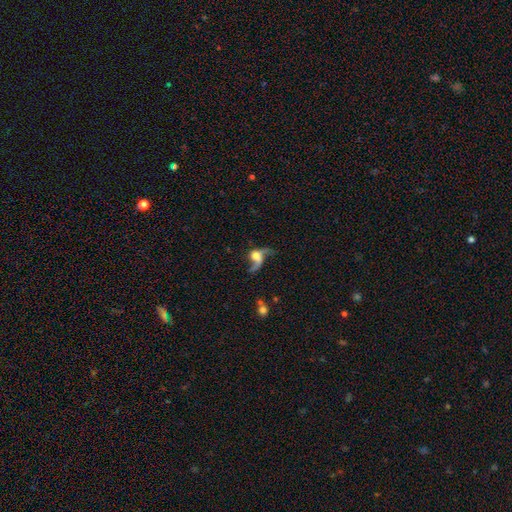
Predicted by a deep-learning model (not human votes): Smooth or featured: featured or disk — 66% (smooth — 24%)
Edge-on disk: no — 94% (yes — 6%)
Bar: no — 67% (weak — 25%)
Spiral arms: yes — 82% (no — 18%)
Spiral winding: loose — 87% (medium — 11%)
Spiral arm count: 2 — 69% (1 — 18%)
Bulge size: moderate — 38% (large — 31%)
Merging: major disturbance — 38% (none — 37%)